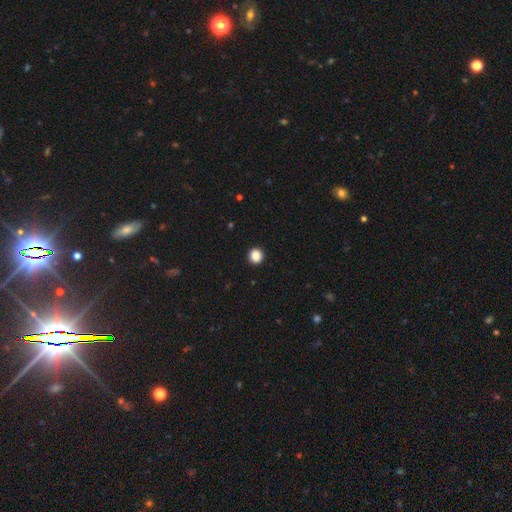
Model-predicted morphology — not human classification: smooth 88%, star or artifact 10%, featured or disk 2%. Down the decision tree: how rounded — round (90%); merging — none (93%).